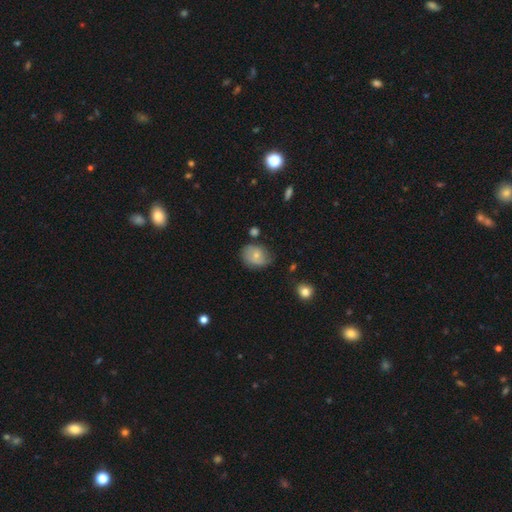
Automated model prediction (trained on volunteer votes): This appears to be a smooth galaxy with no disk features (60%) that is round (52%). Merging: none (59%).